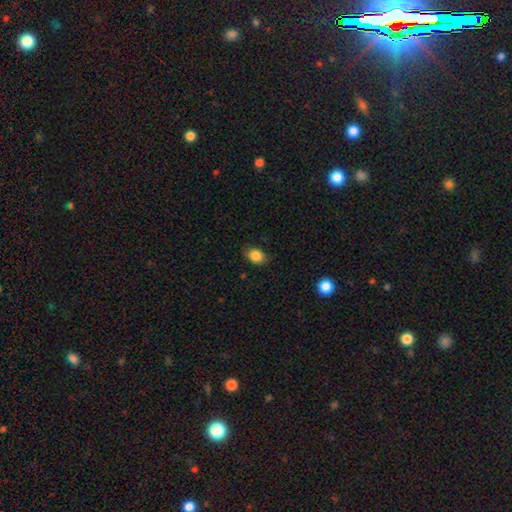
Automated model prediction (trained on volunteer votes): The model was most divided on "how rounded": in between: 64%, round: 35%, cigar-shaped: 1%. More confident: smooth or featured — smooth (85%); merging — none (82%).